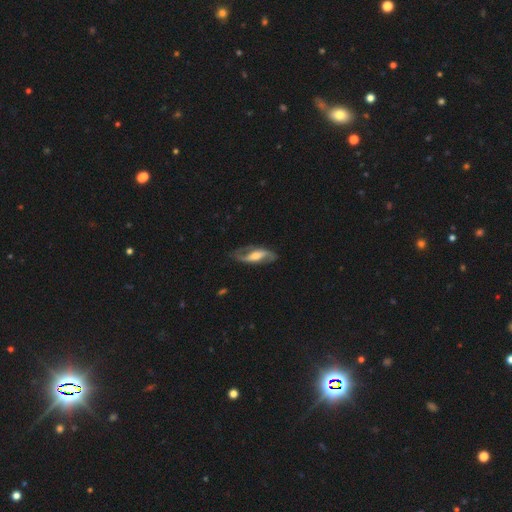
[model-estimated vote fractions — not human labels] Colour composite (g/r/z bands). It shows a featured or disk galaxy (81%) with a strong bar (39%), 2 (89%) loose (48%) spiral arms (93%) and a moderate central bulge (55%). Merging: none (74%).